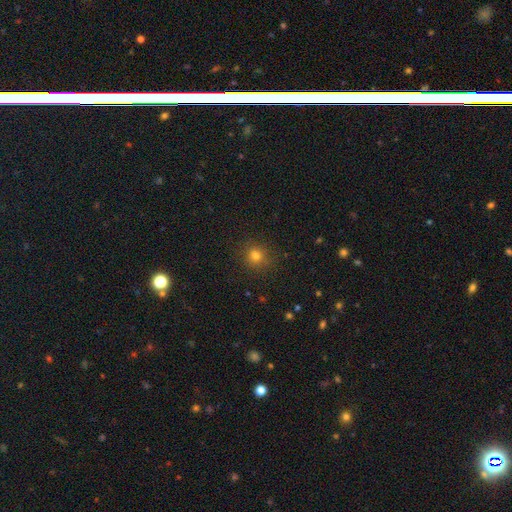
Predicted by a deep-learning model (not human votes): Smooth or featured? smooth (75%)
How rounded? round (83%)
Merging? none (84%)